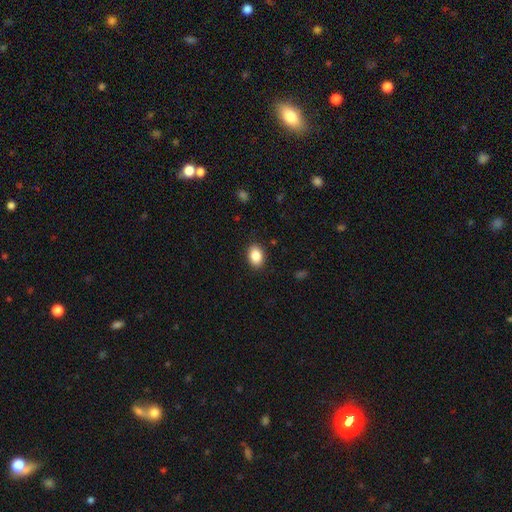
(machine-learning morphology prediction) Smooth or featured? smooth (87%)
How rounded? in between (78%)
Merging? none (88%)